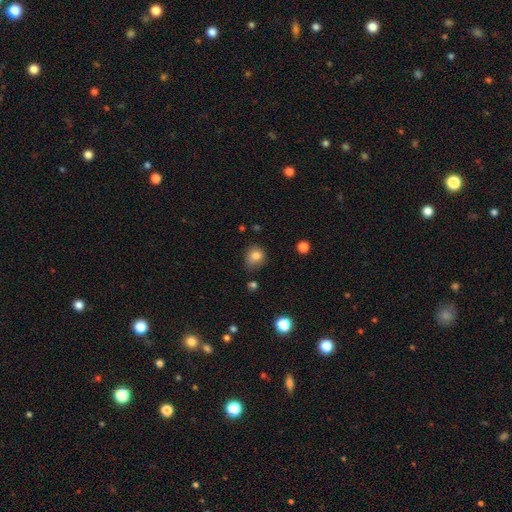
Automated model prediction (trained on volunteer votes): Smooth or featured? smooth (80%)
How rounded? round (77%)
Merging? none (68%)